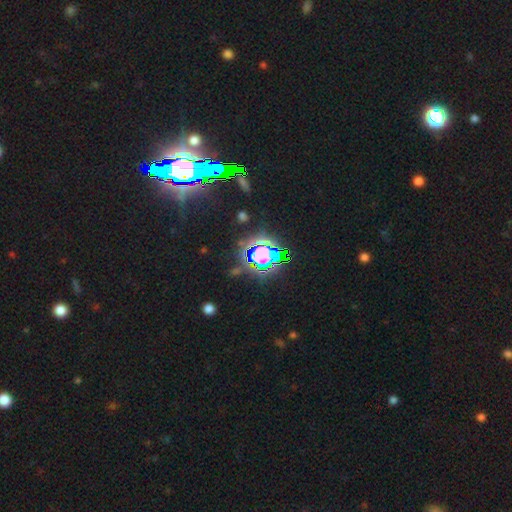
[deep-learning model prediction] This appears to be a star or artifact, not a galaxy (68%).